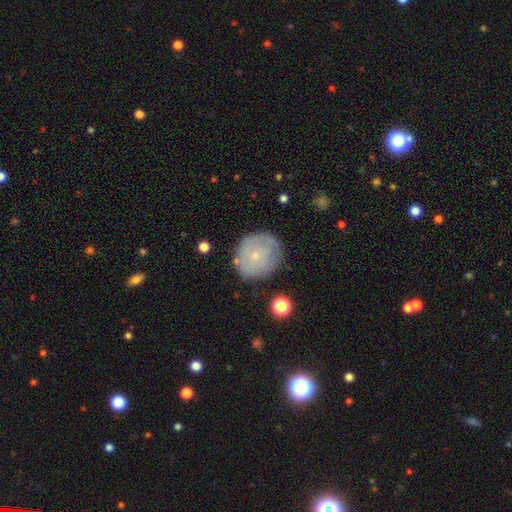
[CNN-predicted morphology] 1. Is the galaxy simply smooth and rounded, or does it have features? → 61% smooth, 31% featured or disk, 8% star or artifact.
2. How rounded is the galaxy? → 85% round, 14% in between, 1% cigar-shaped.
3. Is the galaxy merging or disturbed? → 74% none, 18% minor disturbance, 6% major disturbance, 2% merger.